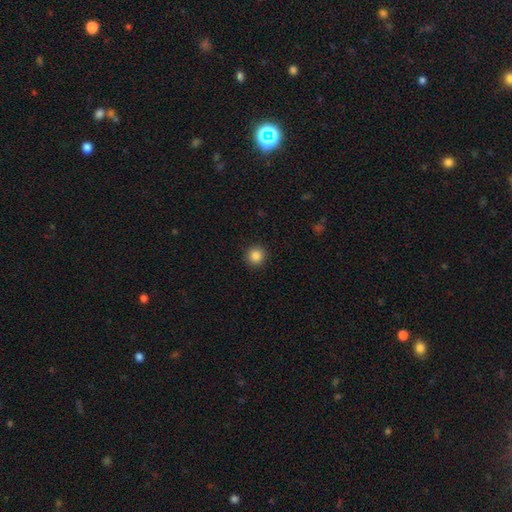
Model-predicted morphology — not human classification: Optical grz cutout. It shows a smooth galaxy with no disk features (86%) that is round (94%). Merging: none (92%).